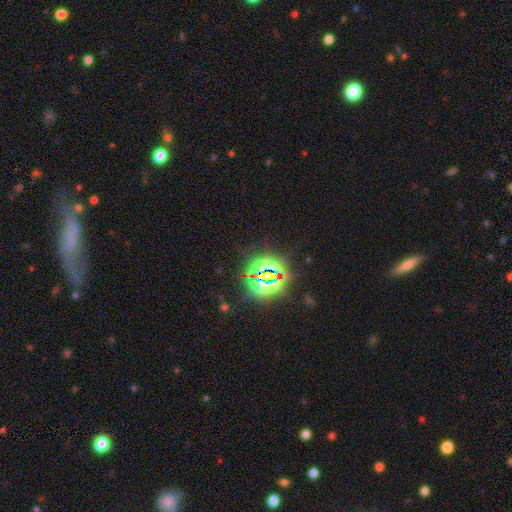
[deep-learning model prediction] This is likely a star or artifact rather than a galaxy (77%).